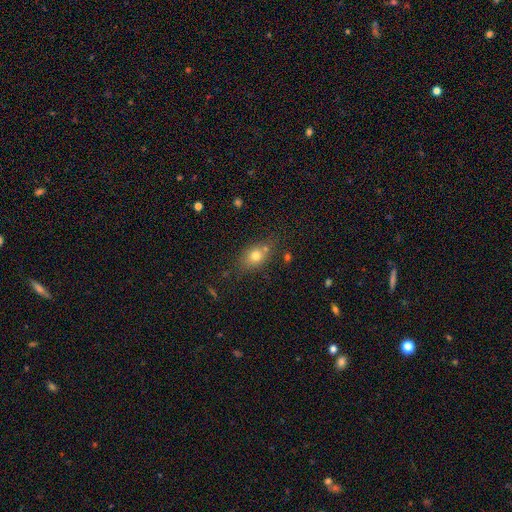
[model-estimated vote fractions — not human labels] Smooth or featured? smooth (73%)
How rounded? in between (59%)
Merging? none (64%)